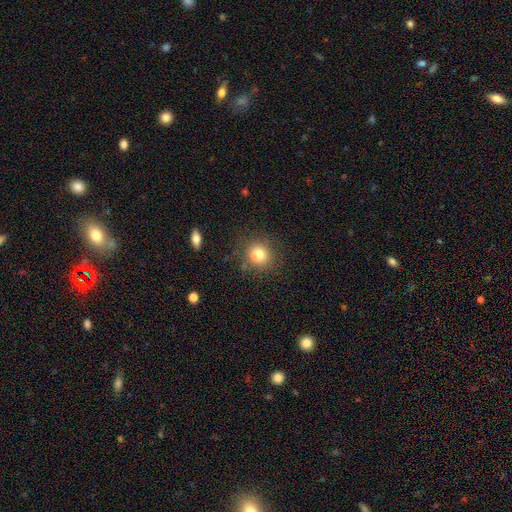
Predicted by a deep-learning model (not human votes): Smooth or featured? Predicted: smooth (p=0.78). How rounded? Predicted: round (p=0.80). Merging? Predicted: none (p=0.74).